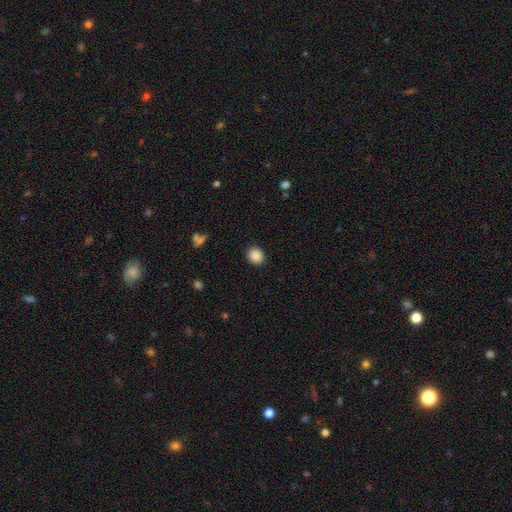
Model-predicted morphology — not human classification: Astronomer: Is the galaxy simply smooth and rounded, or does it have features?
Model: smooth — 88%.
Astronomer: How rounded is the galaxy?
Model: round — 77%.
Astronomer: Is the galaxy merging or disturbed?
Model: none — 90%.